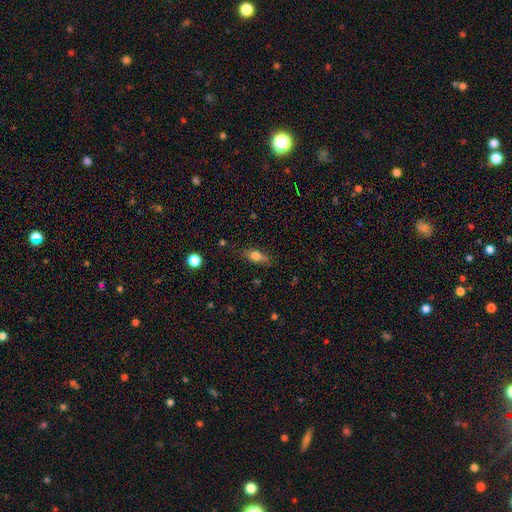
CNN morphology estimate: Smooth or featured: smooth — 71% (featured or disk — 20%)
How rounded: in between — 72% (cigar-shaped — 21%)
Merging: none — 73% (minor disturbance — 21%)